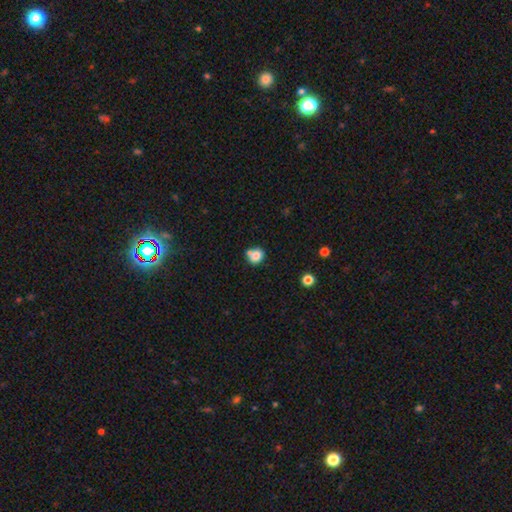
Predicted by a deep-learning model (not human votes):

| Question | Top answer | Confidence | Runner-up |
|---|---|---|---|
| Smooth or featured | smooth | 80% | star or artifact (10%) |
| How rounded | round | 71% | in between (28%) |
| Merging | none | 55% | merger (28%) |